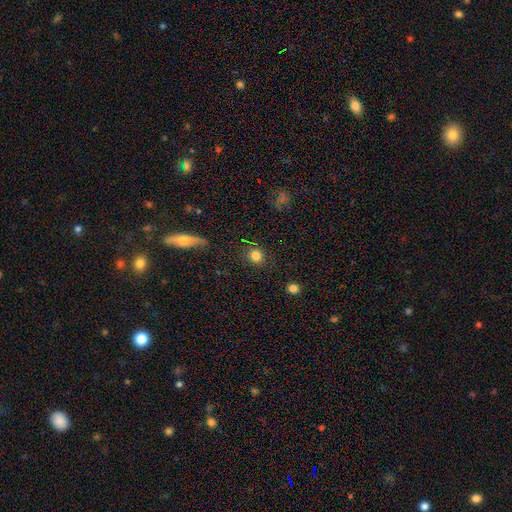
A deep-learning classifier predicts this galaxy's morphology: A smooth galaxy with no disk features (82%) that is round (86%). Merging: none (85%).